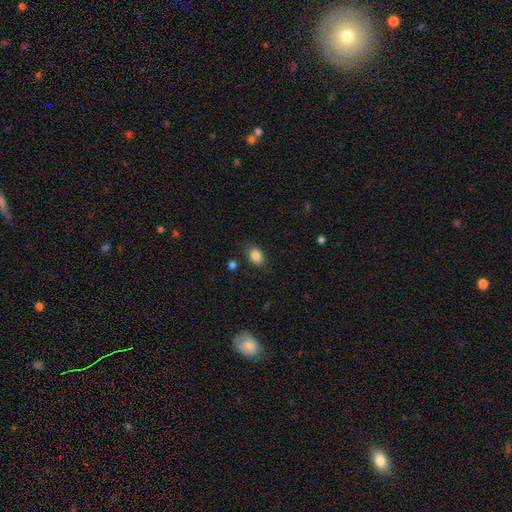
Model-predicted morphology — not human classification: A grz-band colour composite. It shows a smooth galaxy with no disk features (86%) that is in between round and cigar-shaped (78%). Merging: none (81%).